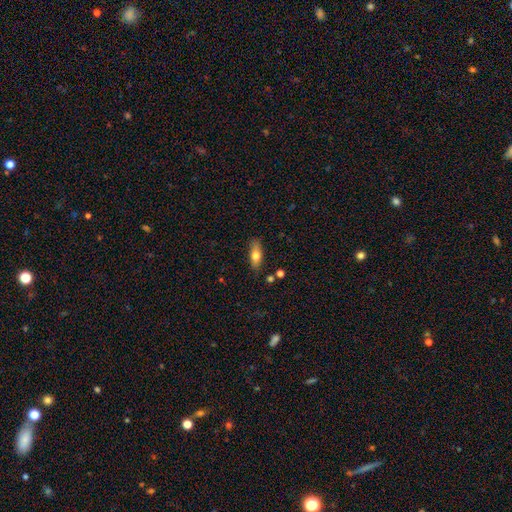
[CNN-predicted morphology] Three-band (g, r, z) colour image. It shows a smooth galaxy with no disk features (67%) that is in between round and cigar-shaped (65%). Merging: none (82%).